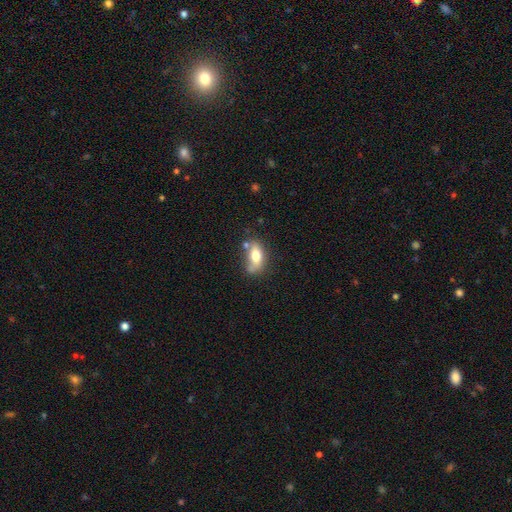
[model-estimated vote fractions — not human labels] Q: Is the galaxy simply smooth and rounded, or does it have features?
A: smooth — 71%.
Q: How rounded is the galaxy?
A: in between — 84%.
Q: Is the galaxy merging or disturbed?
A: none — 50%.